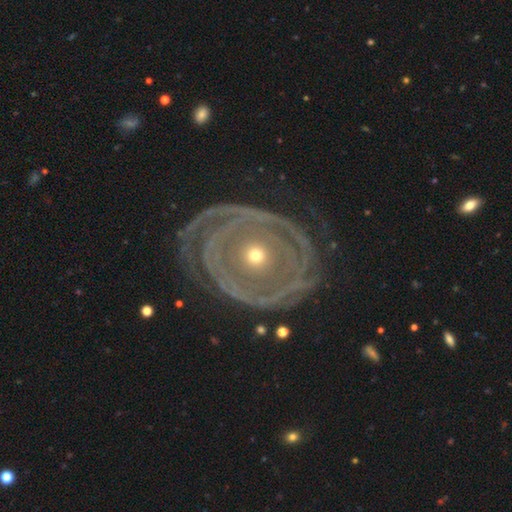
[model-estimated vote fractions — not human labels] smooth_or_featured: featured or disk (p=0.83) [alt: smooth p=0.10]
disk_edge_on: no (p=0.97) [alt: yes p=0.03]
bar: no (p=0.88) [alt: weak p=0.07]
has_spiral_arms: yes (p=0.79) [alt: no p=0.21]
spiral_winding: tight (p=0.76) [alt: medium p=0.16]
spiral_arm_count: 2 (p=0.30) [alt: can't tell p=0.26]
bulge_size: small (p=0.59) [alt: moderate p=0.36]
merging: none (p=0.71) [alt: minor disturbance p=0.15]